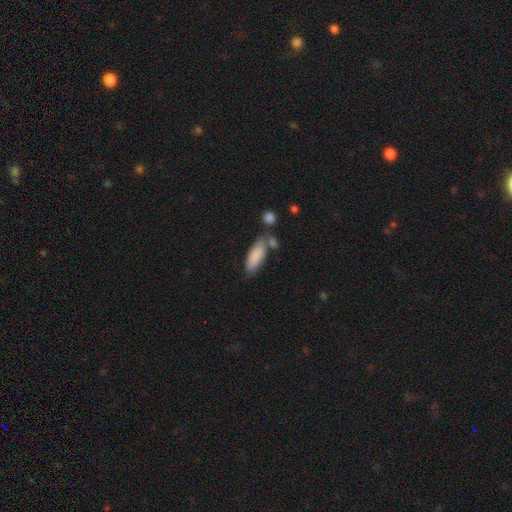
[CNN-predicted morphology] This is clearly a smooth galaxy (85%). How rounded: likely in between (72%). Merging: possibly none (55%).